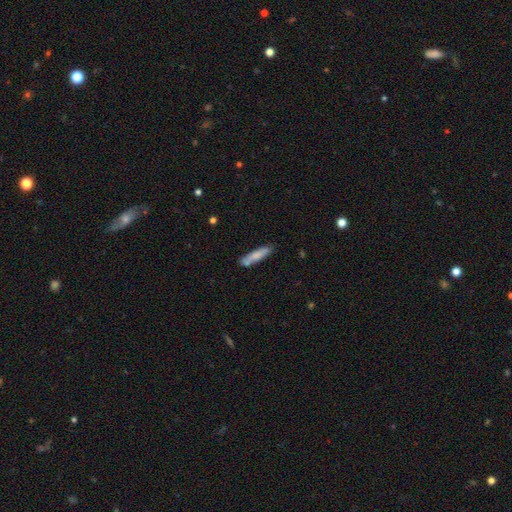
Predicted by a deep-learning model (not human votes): This is likely a smooth galaxy (74%). How rounded: clearly cigar-shaped (86%). Merging: likely none (76%).